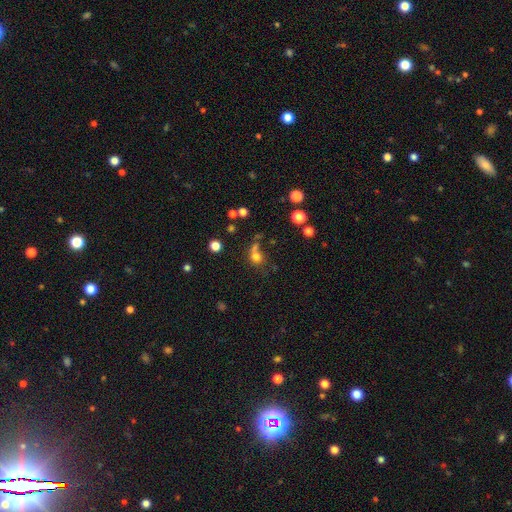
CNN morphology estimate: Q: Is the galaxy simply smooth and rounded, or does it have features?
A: smooth — 71%.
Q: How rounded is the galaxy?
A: round — 77%.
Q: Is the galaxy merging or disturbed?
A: none — 42%.